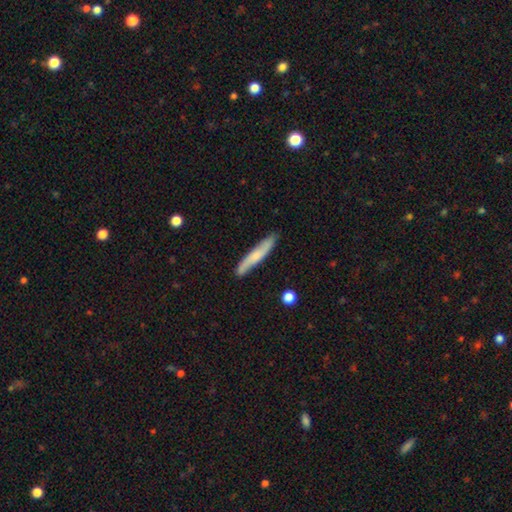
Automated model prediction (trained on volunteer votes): smooth-or-featured: smooth: 57% | featured or disk: 38% | star or artifact: 5%
  how-rounded: cigar-shaped: 92% | in between: 6% | round: 1%
  merging: none: 84% | minor disturbance: 12% | major disturbance: 2% | merger: 2%